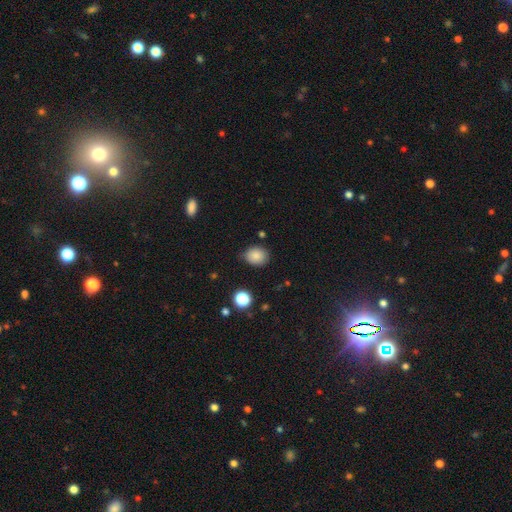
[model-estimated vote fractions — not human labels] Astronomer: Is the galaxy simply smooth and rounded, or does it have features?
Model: smooth — 85%.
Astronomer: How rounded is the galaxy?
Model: round — 60% (runner-up: in between, 39%).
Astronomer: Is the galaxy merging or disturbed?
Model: none — 78%.